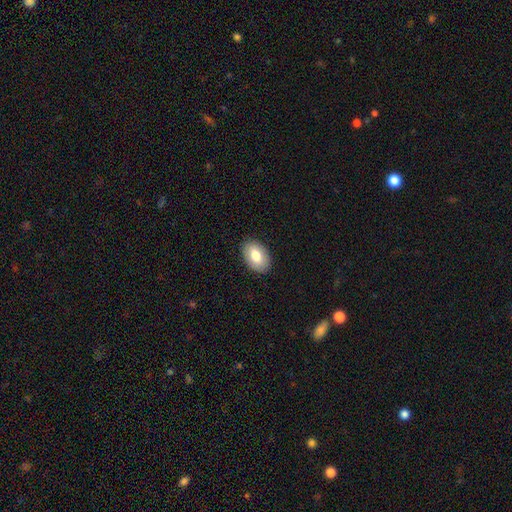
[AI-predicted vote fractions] A smooth galaxy with no disk features (80%) that is in between round and cigar-shaped (91%).

Vote fractions:
- Smooth or featured? smooth: 80% / featured or disk: 14% / star or artifact: 7%
- How rounded? in between: 91% / round: 8% / cigar-shaped: 1%
- Merging? none: 89% / minor disturbance: 9% / major disturbance: 2% / merger: 1%